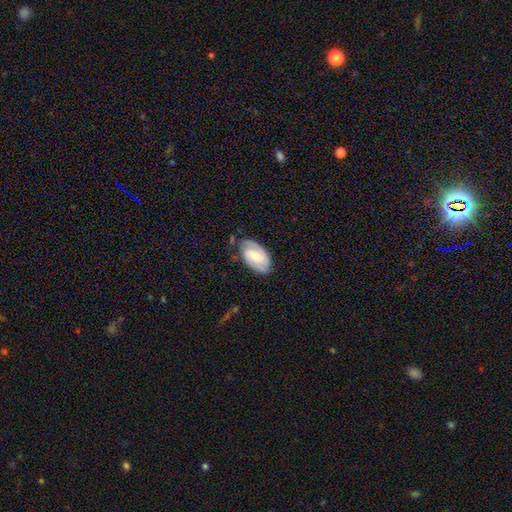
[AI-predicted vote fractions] A featured or disk galaxy (69%) with a weak bar (49%), 2 (75%) tight (48%) spiral arms (89%) and a moderate central bulge (52%).

Vote fractions:
- Smooth or featured? featured or disk: 69% / smooth: 25% / star or artifact: 5%
- Edge-on disk? no: 95% / yes: 5%
- Bar? weak: 49% / strong: 27% / no: 24%
- Spiral arms? yes: 89% / no: 11%
- Spiral winding? tight: 48% / medium: 39% / loose: 13%
- Spiral arm count? 2: 75% / can't tell: 14% / 1: 7% / 3: 3% / 4: 1% / more than 4: 1%
- Bulge size? moderate: 52% / small: 39% / large: 5% / none: 2% / dominant: 1%
- Merging? none: 72% / minor disturbance: 20% / major disturbance: 6% / merger: 2%